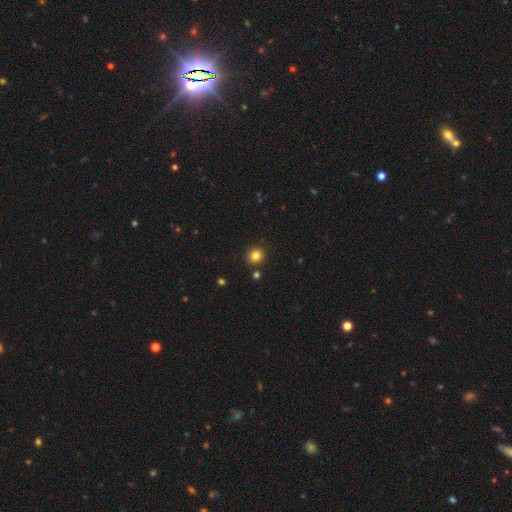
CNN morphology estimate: Smooth or featured?
  - smooth: 82% *
  - star or artifact: 13%
  - featured or disk: 5%
How rounded?
  - round: 93% *
  - in between: 6%
  - cigar-shaped: 1%
Merging?
  - none: 89% *
  - minor disturbance: 6%
  - merger: 3%
  - major disturbance: 2%